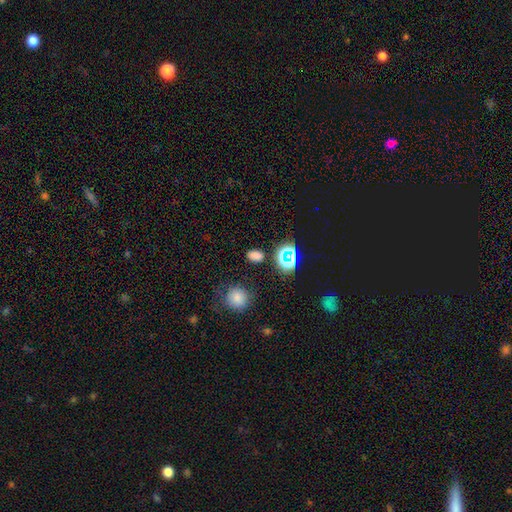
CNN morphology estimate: smooth 68%, star or artifact 27%, featured or disk 5%. Down the decision tree: how rounded — in between (71%); merging — none (82%).